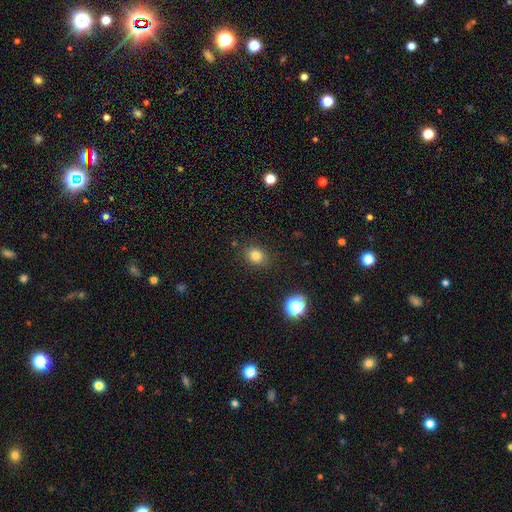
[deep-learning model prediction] smooth 80%, star or artifact 14%, featured or disk 7%. Down the decision tree: how rounded — round (61%); merging — none (86%).